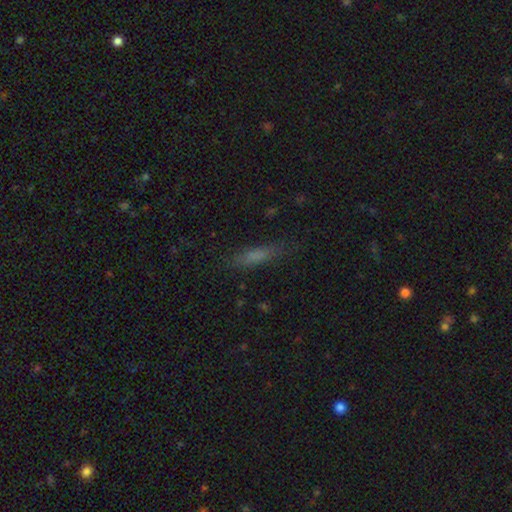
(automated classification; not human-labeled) smooth 69%, featured or disk 18%, star or artifact 12%. Down the decision tree: how rounded — cigar-shaped (74%); merging — none (78%).